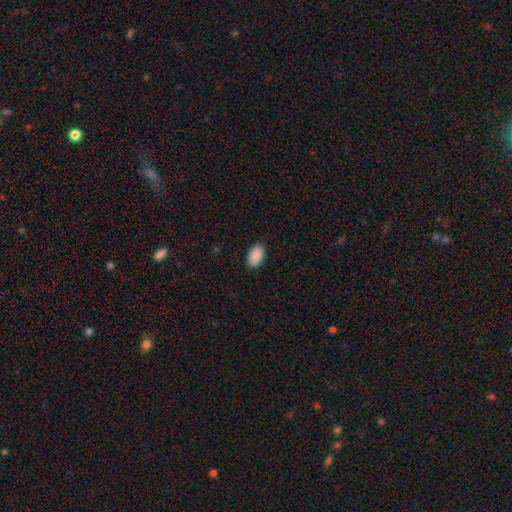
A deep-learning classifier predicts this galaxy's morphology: type=smooth (91%); roundness=in between (94%); merging=none (88%).